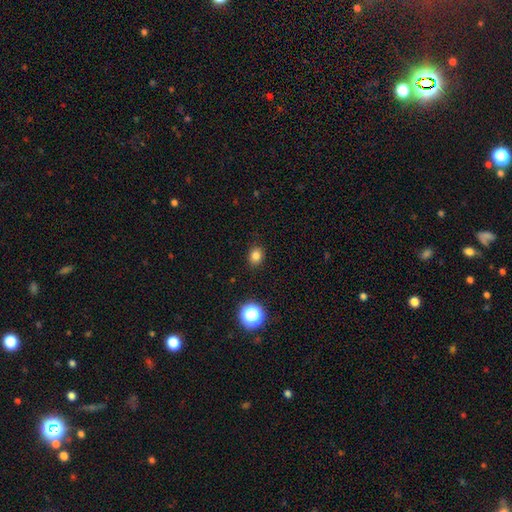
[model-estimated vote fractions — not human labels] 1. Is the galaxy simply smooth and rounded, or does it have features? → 82% smooth, 14% star or artifact, 5% featured or disk.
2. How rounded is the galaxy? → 61% round, 38% in between, 1% cigar-shaped.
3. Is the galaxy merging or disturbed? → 88% none, 8% minor disturbance, 2% major disturbance, 1% merger.